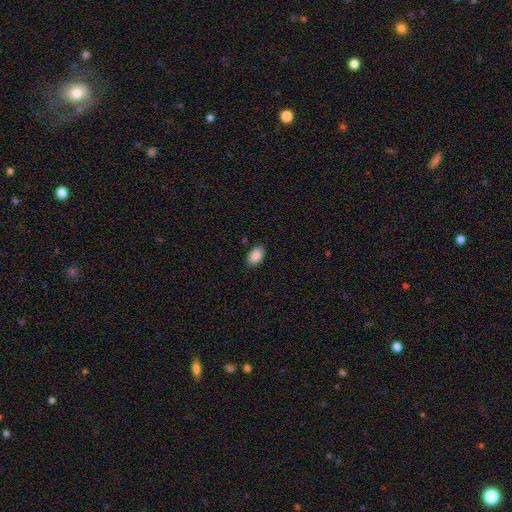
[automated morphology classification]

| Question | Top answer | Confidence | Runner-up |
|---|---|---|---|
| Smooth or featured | smooth | 90% | star or artifact (7%) |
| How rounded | in between | 90% | round (8%) |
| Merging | none | 86% | minor disturbance (11%) |